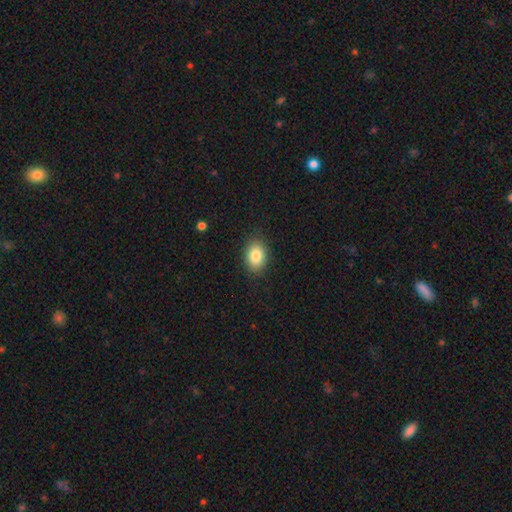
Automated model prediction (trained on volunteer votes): A smooth galaxy with no disk features (83%) that is in between round and cigar-shaped (77%). Merging: none (87%).